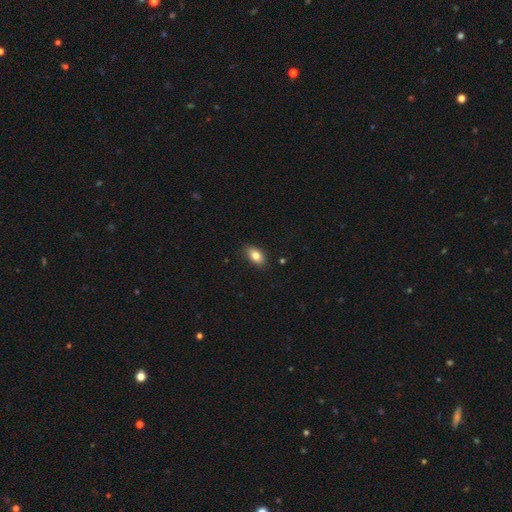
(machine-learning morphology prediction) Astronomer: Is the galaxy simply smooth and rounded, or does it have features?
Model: smooth — 82%.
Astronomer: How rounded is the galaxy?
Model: in between — 89%.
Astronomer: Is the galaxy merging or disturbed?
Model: none — 86%.